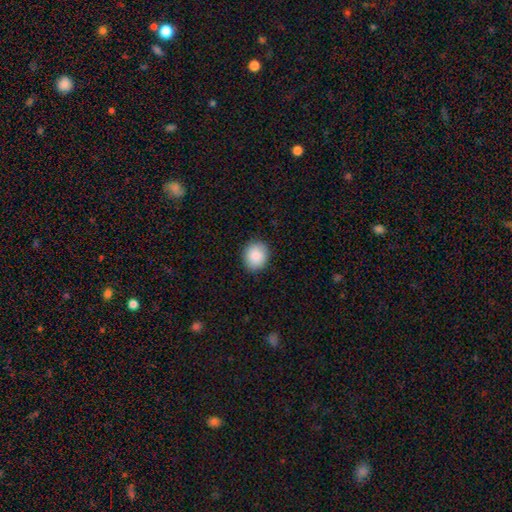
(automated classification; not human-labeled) This is clearly a smooth galaxy (89%). How rounded: likely round (65%). Merging: clearly none (89%).